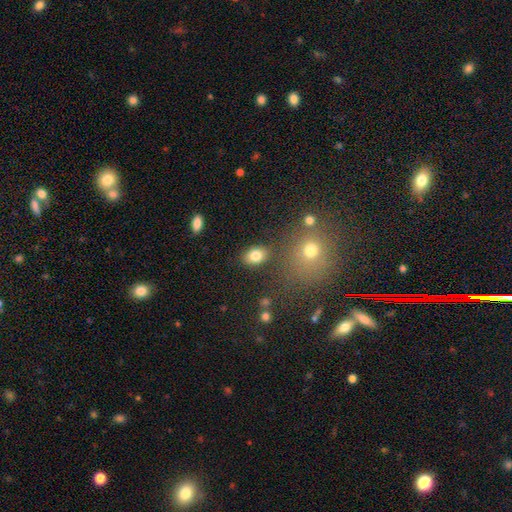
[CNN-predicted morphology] This is clearly a smooth galaxy (82%). How rounded: likely in between (77%). Merging: clearly none (82%).